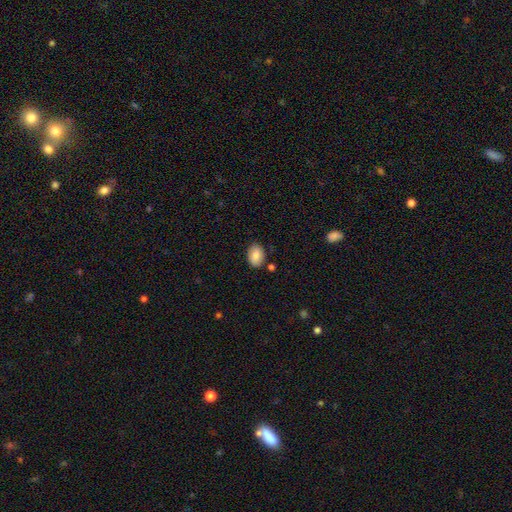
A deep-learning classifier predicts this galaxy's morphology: A smooth galaxy with no disk features (85%) that is in between round and cigar-shaped (84%). Merging: none (83%).